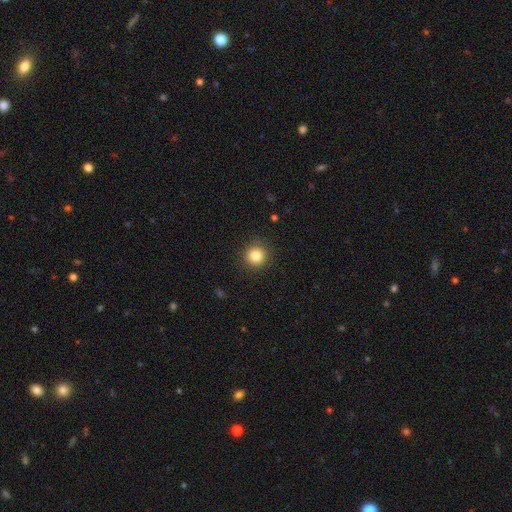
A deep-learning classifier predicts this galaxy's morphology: A smooth galaxy with no disk features (83%) that is round (94%).

Vote fractions:
- Smooth or featured? smooth: 83% / star or artifact: 11% / featured or disk: 6%
- How rounded? round: 94% / in between: 5% / cigar-shaped: 1%
- Merging? none: 91% / minor disturbance: 6% / major disturbance: 2% / merger: 1%